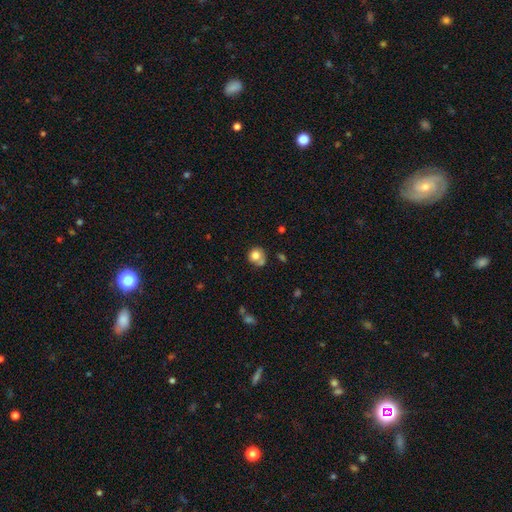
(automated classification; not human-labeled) Smooth or featured?
  - smooth: 78% *
  - featured or disk: 12%
  - star or artifact: 10%
How rounded?
  - round: 85% *
  - in between: 15%
  - cigar-shaped: 1%
Merging?
  - none: 55% *
  - merger: 21%
  - minor disturbance: 18%
  - major disturbance: 6%